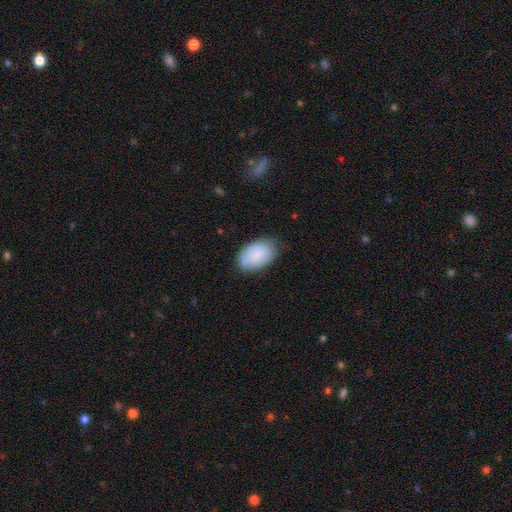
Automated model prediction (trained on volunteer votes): The model was most divided on "merging": none: 72%, minor disturbance: 22%, major disturbance: 4%, merger: 2%. More confident: how rounded — in between (92%); smooth or featured — smooth (84%).